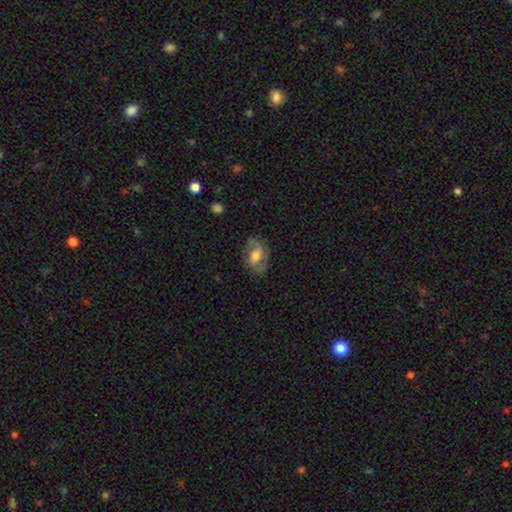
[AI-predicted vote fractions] smooth_or_featured: featured or disk (p=0.75) [alt: smooth p=0.19]
disk_edge_on: no (p=0.97) [alt: yes p=0.03]
bar: weak (p=0.47) [alt: no p=0.34]
has_spiral_arms: yes (p=0.92) [alt: no p=0.08]
spiral_winding: medium (p=0.50) [alt: loose p=0.32]
spiral_arm_count: 2 (p=0.90) [alt: can't tell p=0.05]
bulge_size: moderate (p=0.58) [alt: small p=0.19]
merging: none (p=0.76) [alt: minor disturbance p=0.16]